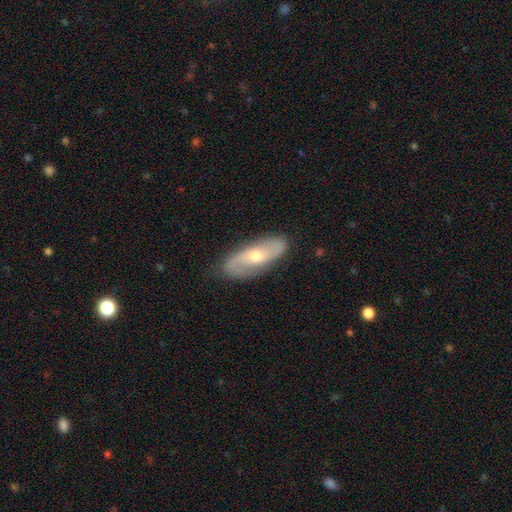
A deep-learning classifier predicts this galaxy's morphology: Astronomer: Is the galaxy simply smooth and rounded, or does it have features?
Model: featured or disk — 70%.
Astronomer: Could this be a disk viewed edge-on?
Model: no — 88%.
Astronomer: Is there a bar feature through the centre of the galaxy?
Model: no — 52% (runner-up: weak, 38%).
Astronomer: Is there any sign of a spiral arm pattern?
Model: yes — 89%.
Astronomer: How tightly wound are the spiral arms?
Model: loose — 42% (runner-up: medium, 40%).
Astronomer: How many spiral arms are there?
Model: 2 — 86%.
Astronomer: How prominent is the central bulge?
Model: moderate — 63%.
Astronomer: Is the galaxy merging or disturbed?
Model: none — 83%.